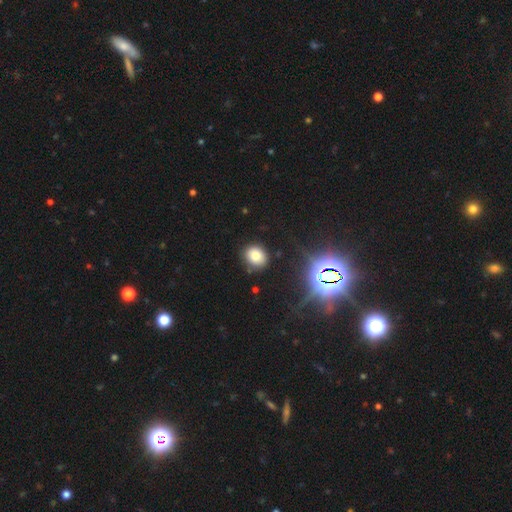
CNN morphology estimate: type=smooth (77%); roundness=round (64%); merging=none (82%).